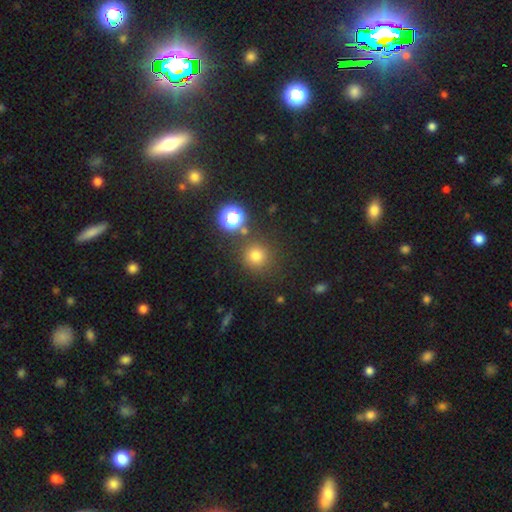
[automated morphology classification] This is likely a smooth galaxy (73%). How rounded: clearly round (93%). Merging: clearly none (83%).